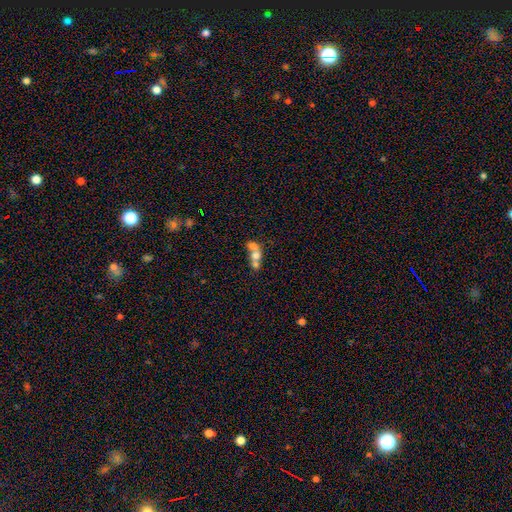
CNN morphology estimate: smooth 58%, featured or disk 29%, star or artifact 12%. Down the decision tree: how rounded — round (53%); merging — merger (71%).